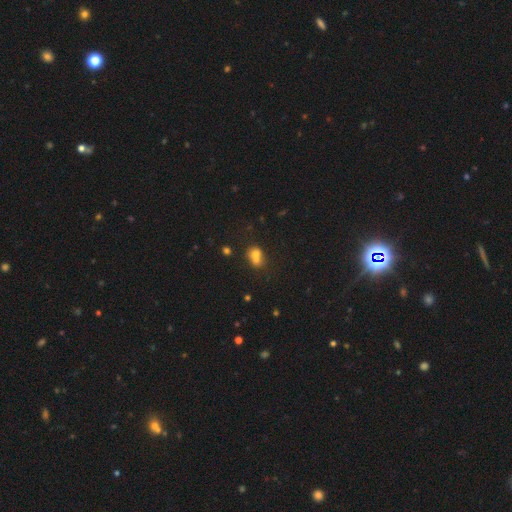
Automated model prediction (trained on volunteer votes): This is likely a smooth galaxy (70%). How rounded: possibly in between (54%). Merging: possibly merger (51%).